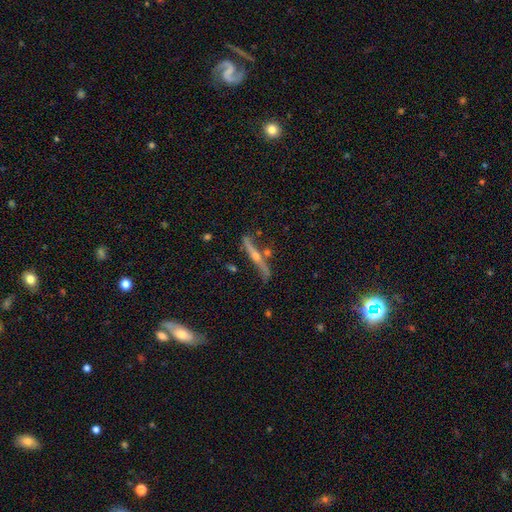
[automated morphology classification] smooth_or_featured: featured or disk (p=0.78) [alt: smooth p=0.15]
disk_edge_on: yes (p=0.93) [alt: no p=0.07]
edge_on_bulge: rounded (p=0.88) [alt: none p=0.09]
merging: none (p=0.72) [alt: minor disturbance p=0.17]